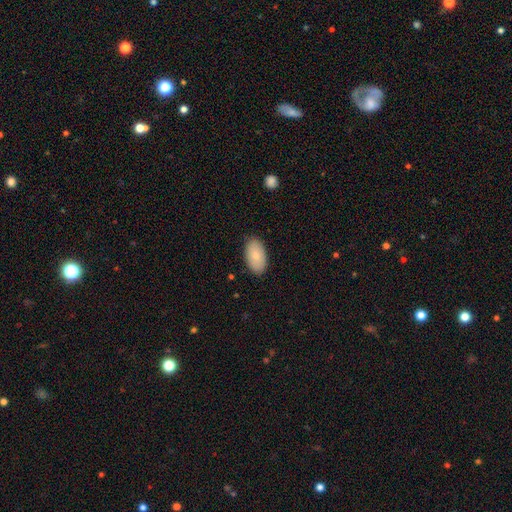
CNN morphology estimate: The model was most divided on "smooth or featured": smooth: 81%, featured or disk: 13%, star or artifact: 6%. More confident: how rounded — in between (95%); merging — none (87%).